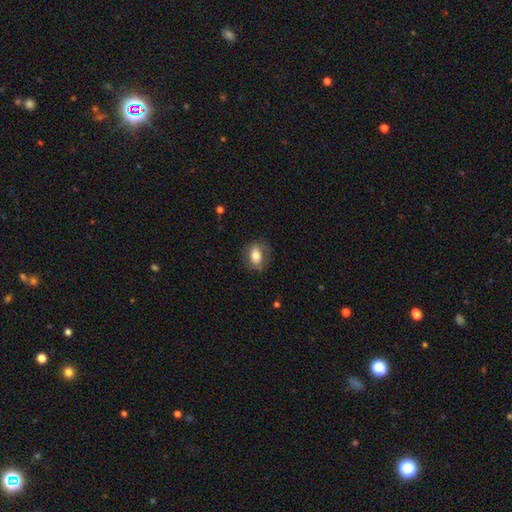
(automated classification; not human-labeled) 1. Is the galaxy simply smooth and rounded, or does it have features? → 69% smooth, 23% featured or disk, 8% star or artifact.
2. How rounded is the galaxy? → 76% in between, 22% round, 2% cigar-shaped.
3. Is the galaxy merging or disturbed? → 71% none, 19% minor disturbance, 9% major disturbance, 1% merger.